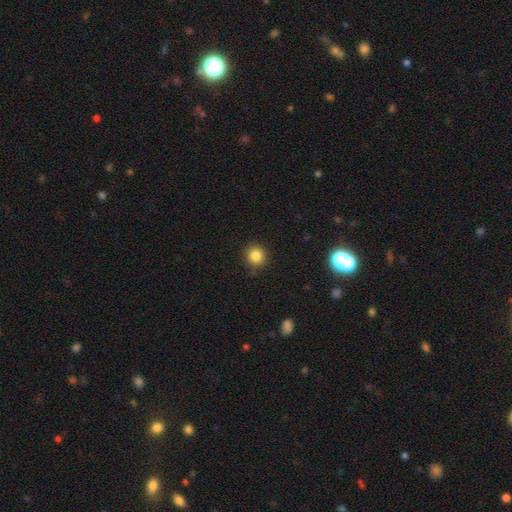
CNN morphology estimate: A smooth galaxy with no disk features (84%) that is round (90%).

Vote fractions:
- Smooth or featured? smooth: 84% / star or artifact: 11% / featured or disk: 5%
- How rounded? round: 90% / in between: 9% / cigar-shaped: 1%
- Merging? none: 88% / minor disturbance: 9% / major disturbance: 2% / merger: 1%